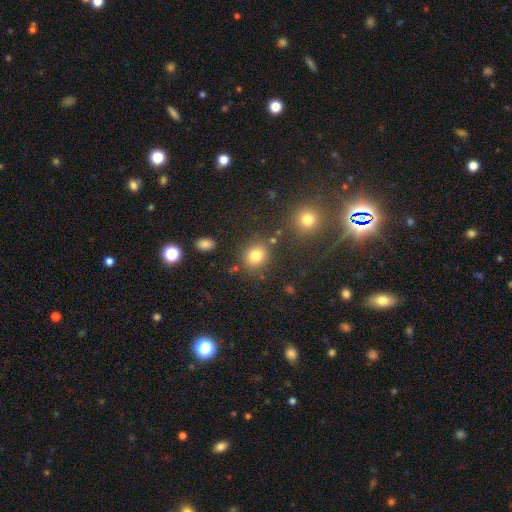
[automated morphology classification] Q: Smooth or featured?
A: smooth (80%); runner-up: star or artifact (13%)
Q: How rounded?
A: round (68%); runner-up: in between (31%)
Q: Merging?
A: none (78%); runner-up: minor disturbance (11%)